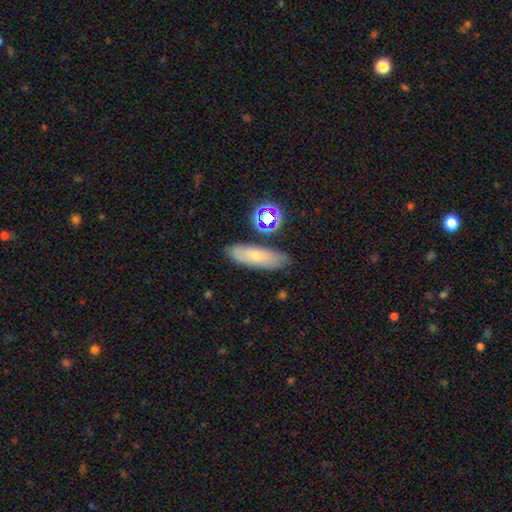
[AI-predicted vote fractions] Smooth or featured? Predicted: smooth (p=0.63). How rounded? Predicted: in between (p=0.52). Merging? Predicted: none (p=0.80).